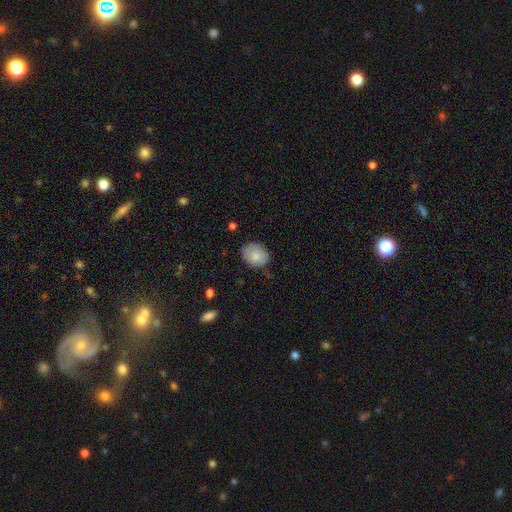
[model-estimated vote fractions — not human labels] Overall: smooth (85%). How rounded: in between (67%; round 32%). Merging: none (74%).